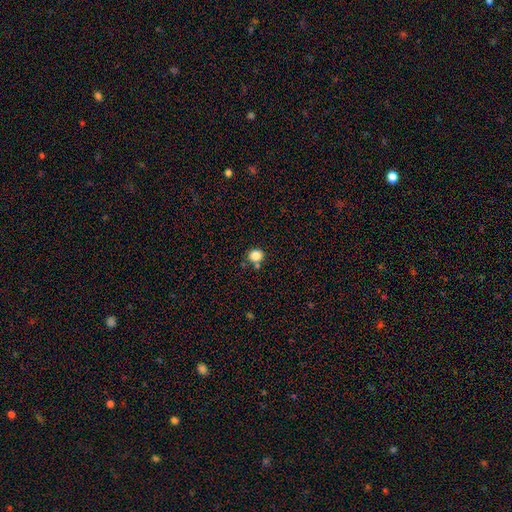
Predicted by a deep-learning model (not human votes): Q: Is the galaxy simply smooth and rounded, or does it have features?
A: smooth — 85%.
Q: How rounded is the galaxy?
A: round — 84%.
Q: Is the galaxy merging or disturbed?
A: none — 75%.